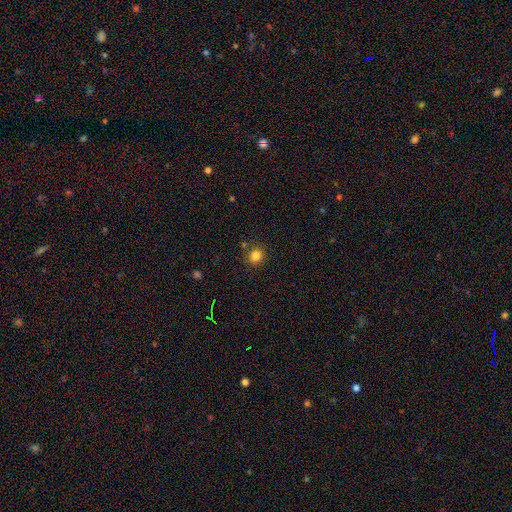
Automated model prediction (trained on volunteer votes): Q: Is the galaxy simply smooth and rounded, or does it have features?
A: smooth — 81%.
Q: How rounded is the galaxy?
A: round — 88%.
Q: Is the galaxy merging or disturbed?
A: none — 83%.